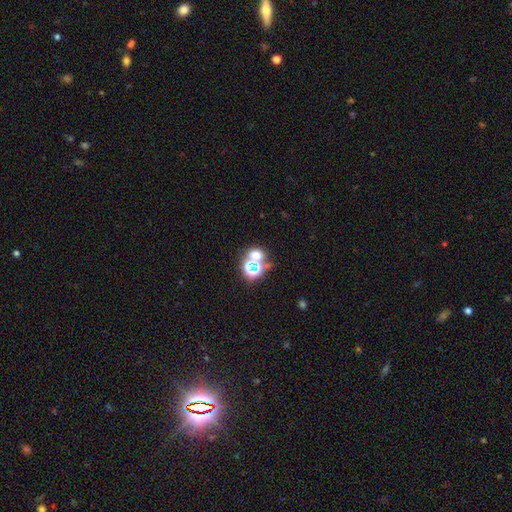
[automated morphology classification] Overall: smooth (48%; star or artifact 41%). Merging: none (53%; merger 33%).